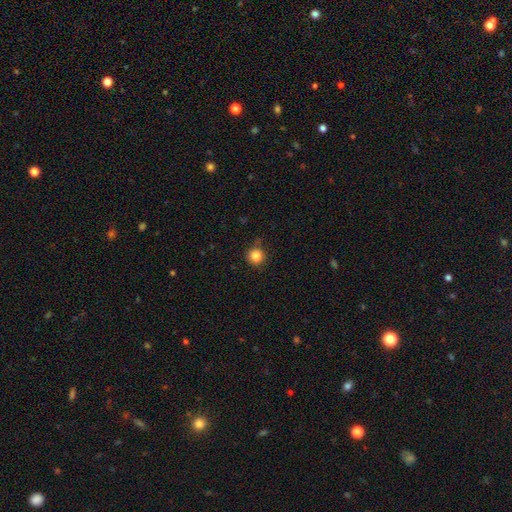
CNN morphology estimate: type=smooth (85%); roundness=round (94%); merging=none (81%).